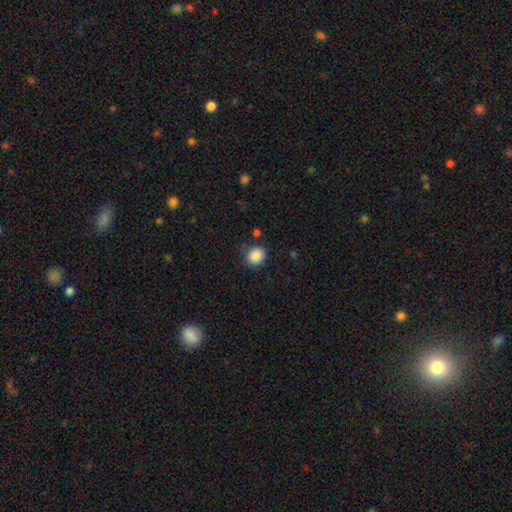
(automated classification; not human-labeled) This is clearly a smooth galaxy (87%). How rounded: likely round (79%). Merging: clearly none (84%).